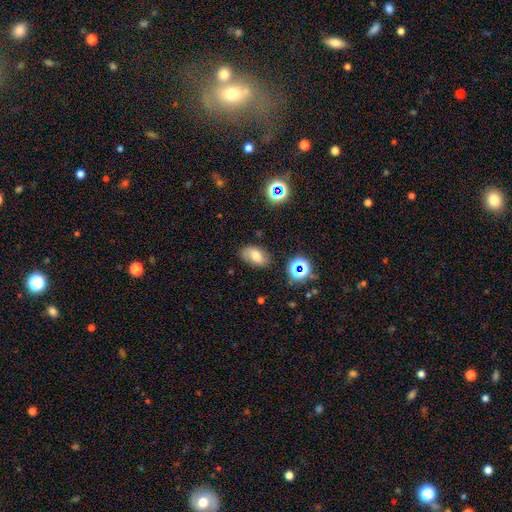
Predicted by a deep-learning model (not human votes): The model was most divided on "smooth or featured": smooth: 57%, featured or disk: 27%, star or artifact: 16%. More confident: how rounded — in between (88%); merging — none (75%).